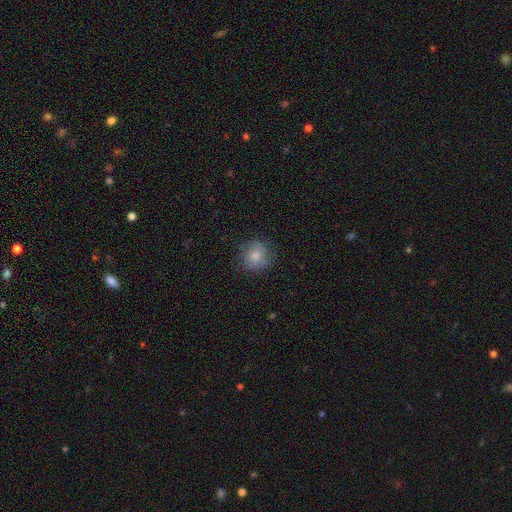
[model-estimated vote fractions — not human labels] The model was most divided on "smooth or featured": smooth: 65%, featured or disk: 27%, star or artifact: 9%. More confident: how rounded — round (85%); merging — none (73%).